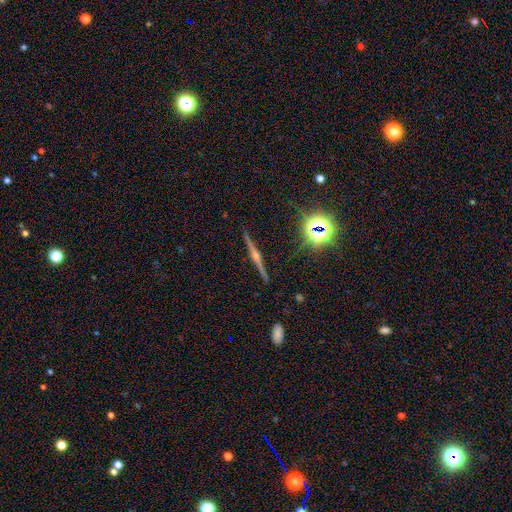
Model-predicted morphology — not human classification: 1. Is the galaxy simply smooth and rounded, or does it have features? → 77% featured or disk, 15% star or artifact, 9% smooth.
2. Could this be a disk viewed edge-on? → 98% yes, 2% no.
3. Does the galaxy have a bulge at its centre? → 92% rounded, 4% boxy, 4% none.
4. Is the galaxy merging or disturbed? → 91% none, 6% minor disturbance, 1% major disturbance, 1% merger.